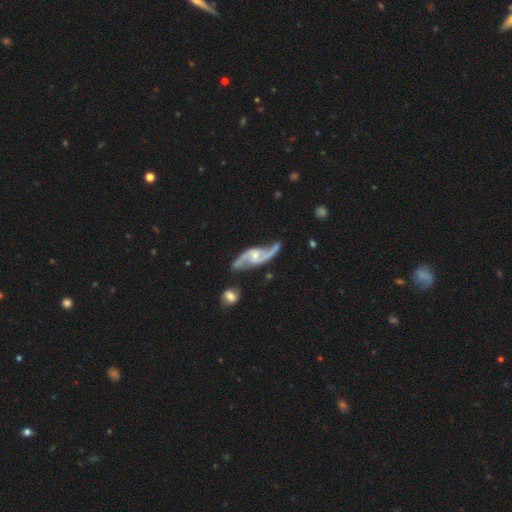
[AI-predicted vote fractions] Smooth or featured?
  - featured or disk: 92% *
  - smooth: 4%
  - star or artifact: 4%
Edge-on disk?
  - no: 95% *
  - yes: 5%
Bar?
  - weak: 46% *
  - no: 38%
  - strong: 16%
Spiral arms?
  - yes: 97% *
  - no: 3%
Spiral winding?
  - loose: 71% *
  - medium: 23%
  - tight: 6%
Spiral arm count?
  - 2: 94% *
  - can't tell: 2%
  - 1: 1%
  - 3: 1%
  - 4: 1%
  - more than 4: 1%
Bulge size?
  - small: 53% *
  - moderate: 37%
  - none: 7%
  - large: 2%
  - dominant: 1%
Merging?
  - none: 65% *
  - minor disturbance: 19%
  - major disturbance: 8%
  - merger: 8%